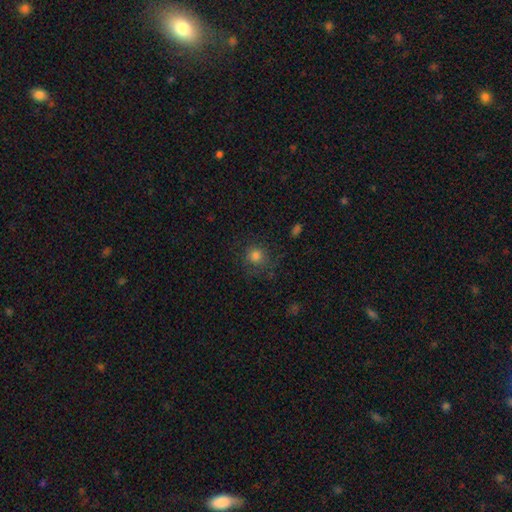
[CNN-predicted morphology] smooth 80%, star or artifact 13%, featured or disk 6%. Down the decision tree: how rounded — round (90%); merging — none (76%).